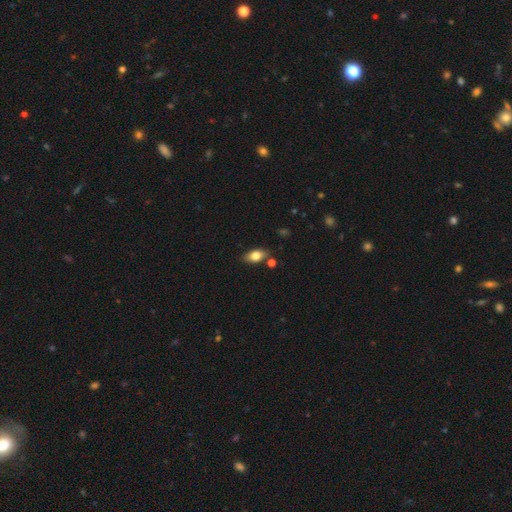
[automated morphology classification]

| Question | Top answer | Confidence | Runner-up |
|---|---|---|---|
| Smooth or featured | smooth | 78% | featured or disk (14%) |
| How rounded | in between | 86% | round (9%) |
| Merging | none | 78% | minor disturbance (14%) |